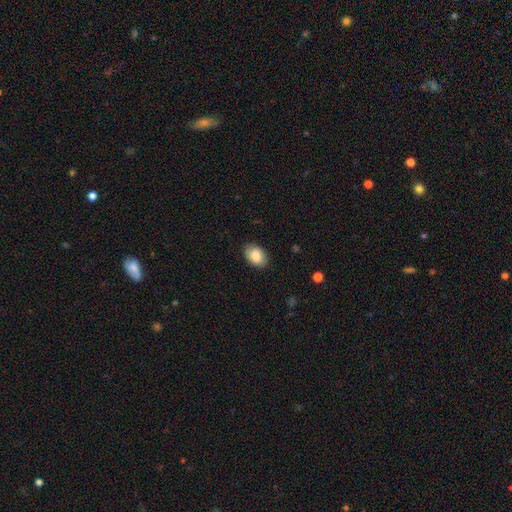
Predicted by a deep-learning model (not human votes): Smooth or featured: smooth — 85% (featured or disk — 9%)
How rounded: in between — 87% (round — 12%)
Merging: none — 85% (minor disturbance — 11%)